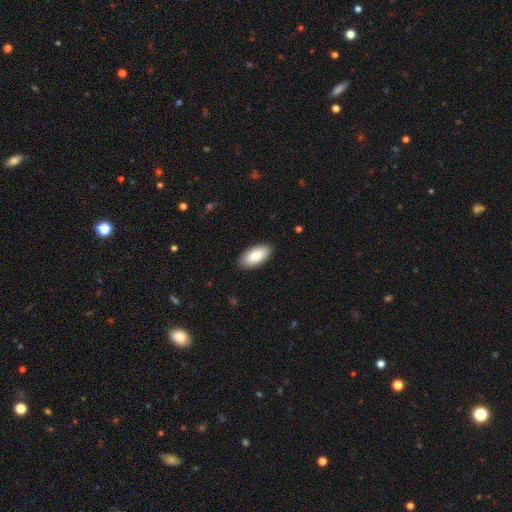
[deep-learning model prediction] smooth_or_featured: smooth (p=0.88) [alt: featured or disk p=0.06]
how_rounded: in between (p=0.94) [alt: cigar-shaped p=0.04]
merging: none (p=0.88) [alt: minor disturbance p=0.09]